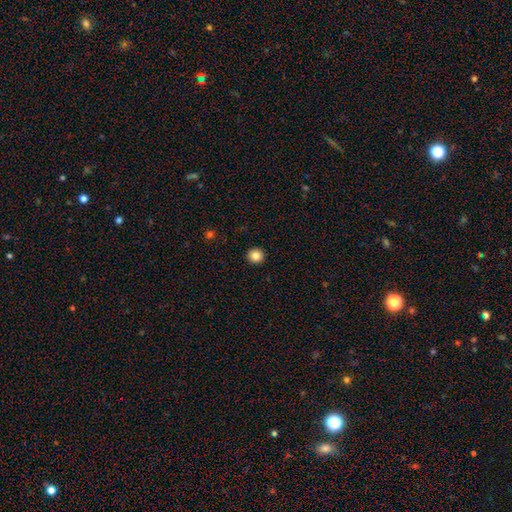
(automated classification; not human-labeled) A smooth galaxy with no disk features (84%) that is round (94%). Merging: none (94%).